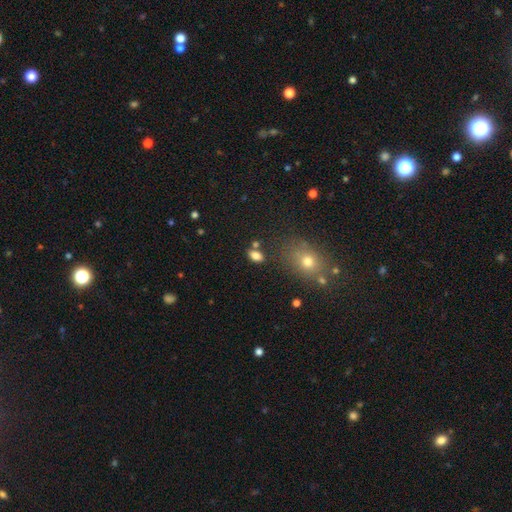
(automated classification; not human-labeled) Smooth or featured? Predicted: smooth (p=0.81). How rounded? Predicted: in between (p=0.86). Merging? Predicted: none (p=0.70).